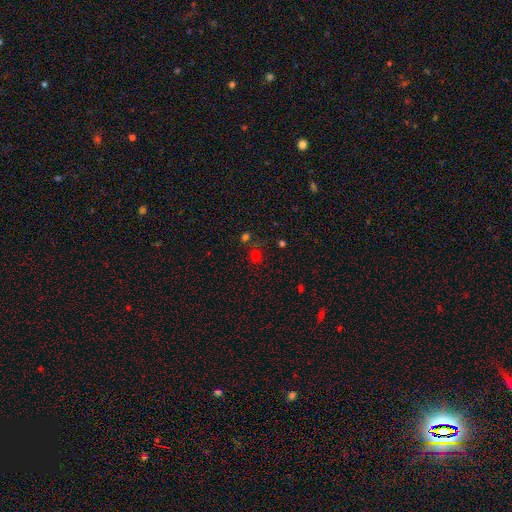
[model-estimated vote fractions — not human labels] Morphology: type=smooth (62%); roundness=round (81%); merging=none (71%).